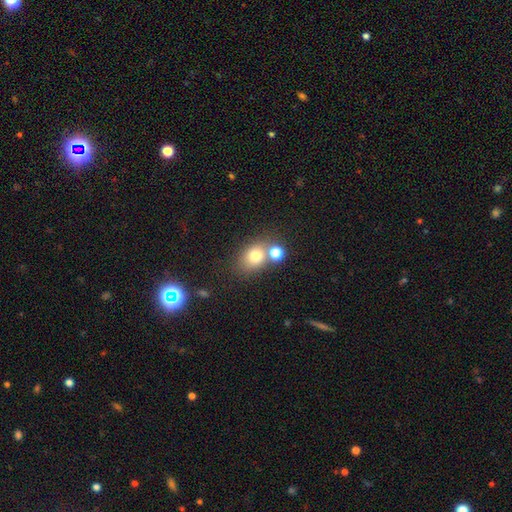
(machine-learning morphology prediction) smooth_or_featured: smooth (p=0.75) [alt: star or artifact p=0.13]
how_rounded: in between (p=0.55) [alt: round p=0.44]
merging: none (p=0.55) [alt: merger p=0.29]